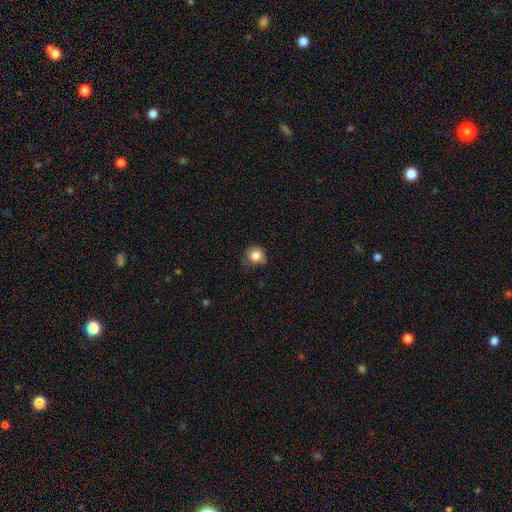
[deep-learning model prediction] Smooth or featured?
  - smooth: 85% *
  - star or artifact: 10%
  - featured or disk: 5%
How rounded?
  - round: 90% *
  - in between: 9%
  - cigar-shaped: 1%
Merging?
  - none: 73% *
  - minor disturbance: 22%
  - major disturbance: 4%
  - merger: 1%